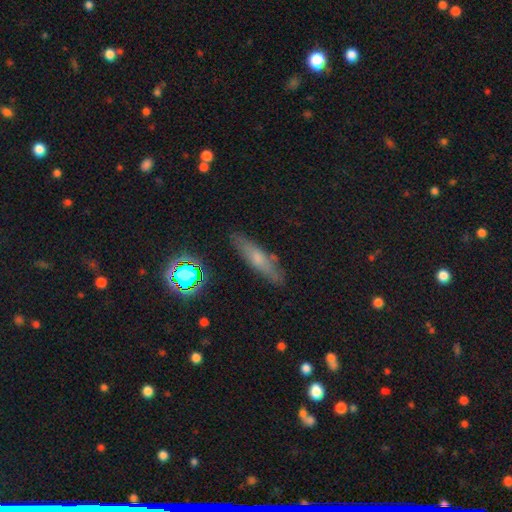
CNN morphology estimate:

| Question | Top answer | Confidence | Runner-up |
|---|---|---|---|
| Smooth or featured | smooth | 44% | featured or disk (37%) |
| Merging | none | 85% | minor disturbance (11%) |